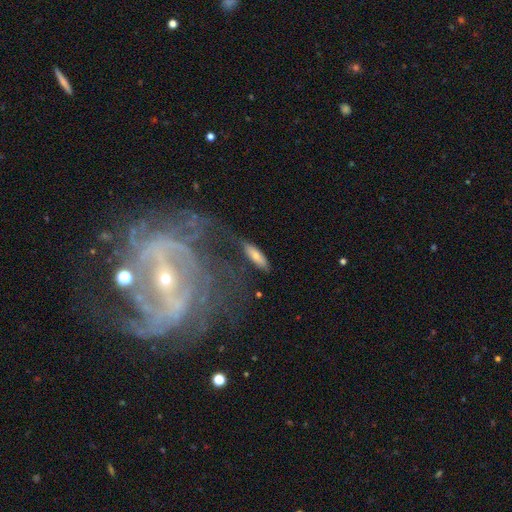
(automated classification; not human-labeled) Q: Smooth or featured?
A: smooth (66%); runner-up: featured or disk (26%)
Q: How rounded?
A: cigar-shaped (49%); runner-up: in between (48%)
Q: Merging?
A: none (75%); runner-up: minor disturbance (16%)